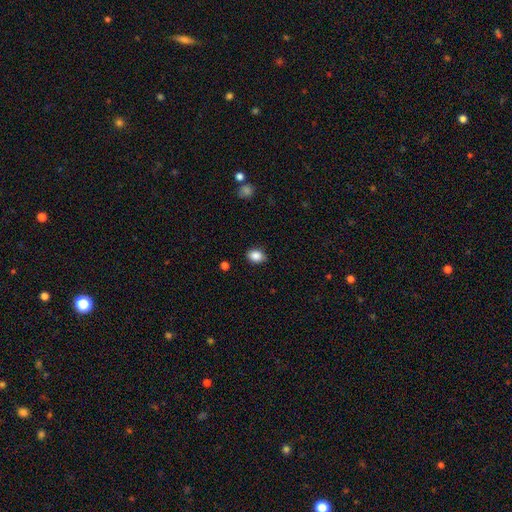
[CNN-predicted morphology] Q: Smooth or featured?
A: smooth (87%); runner-up: star or artifact (9%)
Q: How rounded?
A: in between (70%); runner-up: round (29%)
Q: Merging?
A: none (85%); runner-up: minor disturbance (12%)